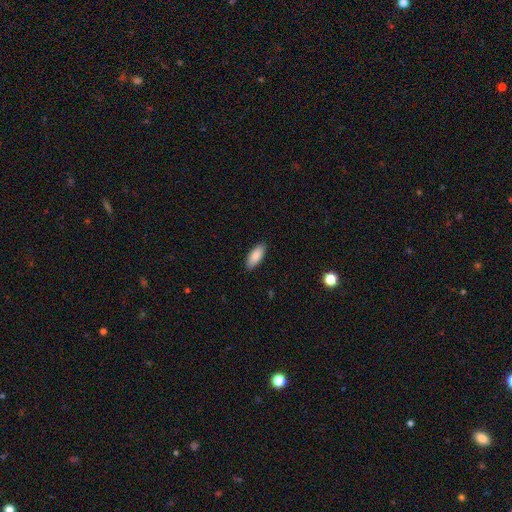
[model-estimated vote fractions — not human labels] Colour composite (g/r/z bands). It shows a smooth galaxy with no disk features (89%) that is in between round and cigar-shaped (81%). Merging: none (89%).